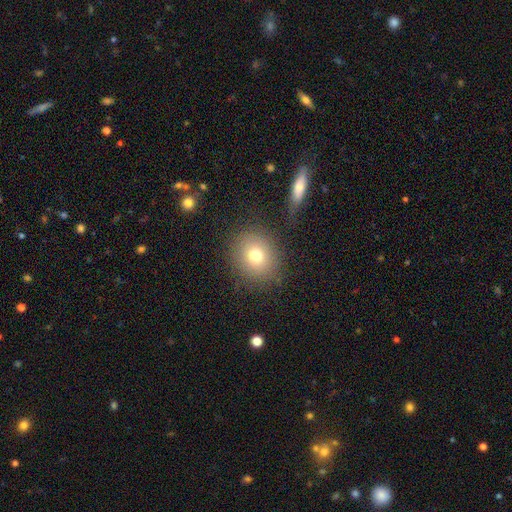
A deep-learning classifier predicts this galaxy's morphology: smooth 74%, featured or disk 13%, star or artifact 13%. Down the decision tree: how rounded — round (76%); merging — none (81%).